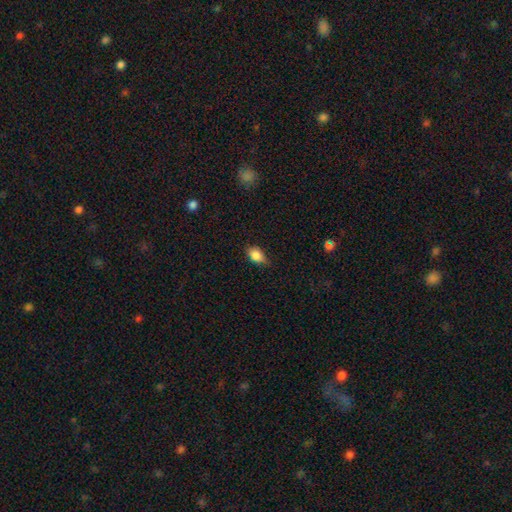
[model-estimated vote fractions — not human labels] A smooth galaxy with no disk features (84%) that is in between round and cigar-shaped (75%). Merging: none (63%).